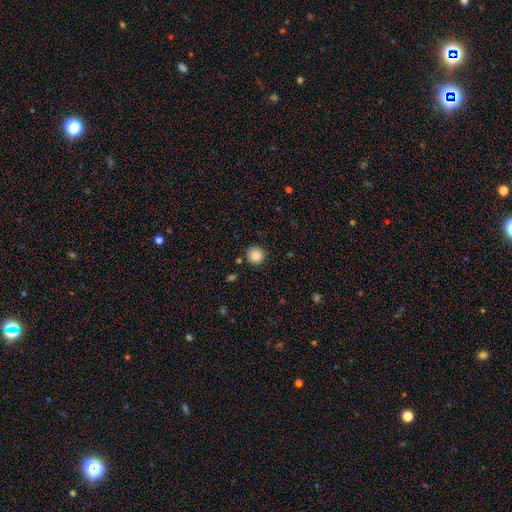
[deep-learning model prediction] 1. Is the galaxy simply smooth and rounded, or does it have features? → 85% smooth, 10% star or artifact, 6% featured or disk.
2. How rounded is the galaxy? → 93% round, 6% in between, 1% cigar-shaped.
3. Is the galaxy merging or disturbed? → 89% none, 7% minor disturbance, 2% merger, 2% major disturbance.